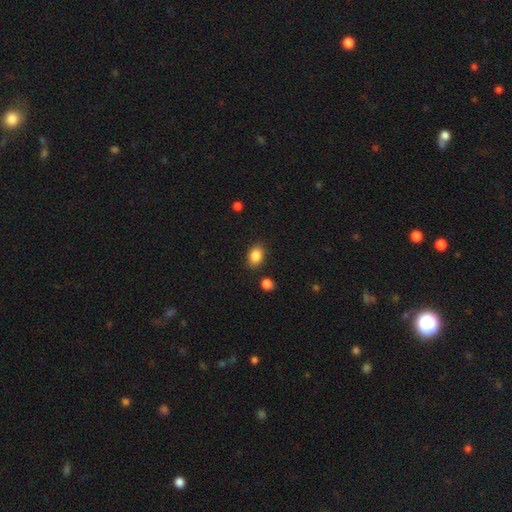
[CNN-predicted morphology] Smooth or featured?
  - smooth: 86% *
  - star or artifact: 9%
  - featured or disk: 5%
How rounded?
  - in between: 74% *
  - round: 25%
  - cigar-shaped: 1%
Merging?
  - none: 84% *
  - minor disturbance: 11%
  - merger: 3%
  - major disturbance: 3%